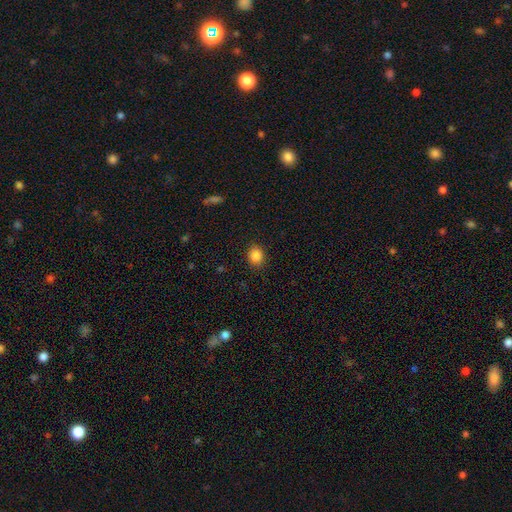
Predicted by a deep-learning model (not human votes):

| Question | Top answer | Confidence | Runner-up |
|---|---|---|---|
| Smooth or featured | smooth | 86% | star or artifact (10%) |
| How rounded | round | 67% | in between (32%) |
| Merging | none | 88% | minor disturbance (8%) |